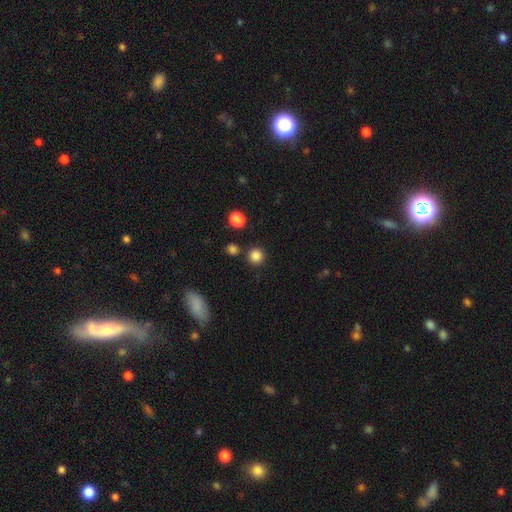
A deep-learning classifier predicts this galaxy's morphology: smooth_or_featured: smooth (p=0.84) [alt: star or artifact p=0.12]
how_rounded: round (p=0.92) [alt: in between p=0.07]
merging: none (p=0.85) [alt: minor disturbance p=0.07]